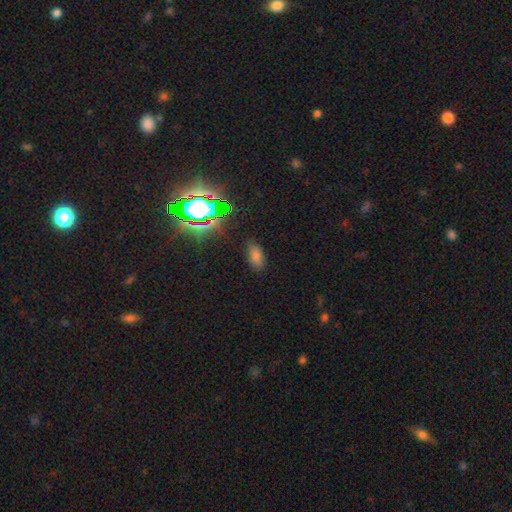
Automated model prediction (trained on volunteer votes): The model was most divided on "smooth or featured": smooth: 56%, star or artifact: 33%, featured or disk: 11%. More confident: how rounded — in between (87%); merging — none (83%).